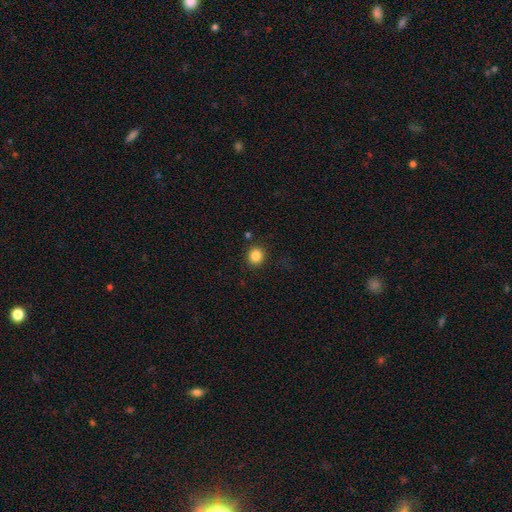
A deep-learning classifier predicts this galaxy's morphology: Smooth or featured? Predicted: smooth (p=0.85). How rounded? Predicted: round (p=0.85). Merging? Predicted: none (p=0.88).